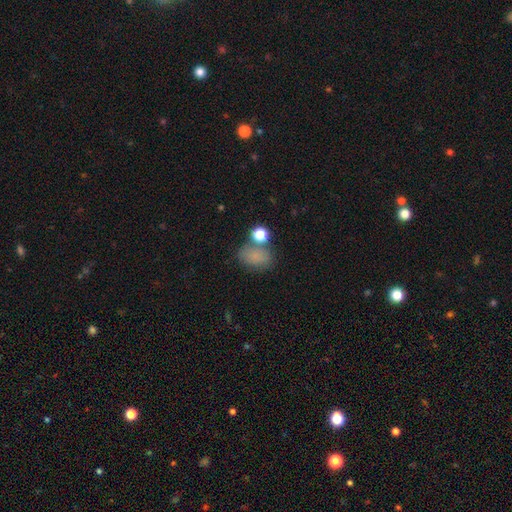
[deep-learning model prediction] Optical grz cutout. It shows a smooth galaxy with no disk features (77%) that is in between round and cigar-shaped (71%). Merging: none (57%).